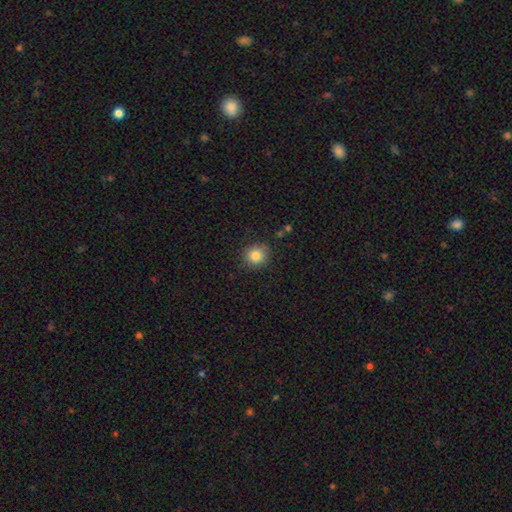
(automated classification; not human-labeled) This appears to be a smooth galaxy with no disk features (83%) that is round (87%). Merging: none (85%).